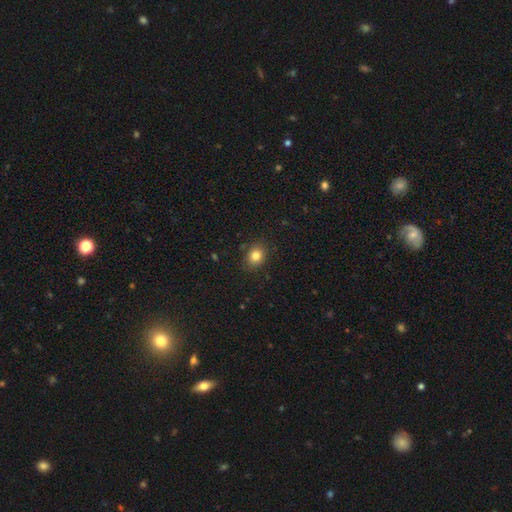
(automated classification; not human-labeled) Smooth or featured: smooth — 82% (star or artifact — 11%)
How rounded: round — 58% (in between — 42%)
Merging: none — 85% (minor disturbance — 10%)